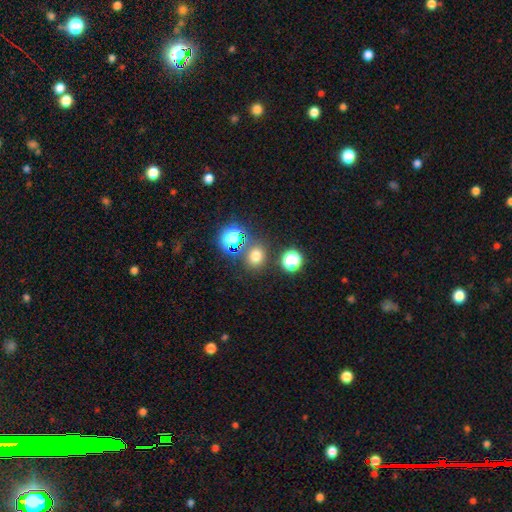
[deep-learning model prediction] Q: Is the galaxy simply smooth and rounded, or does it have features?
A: smooth — 67%.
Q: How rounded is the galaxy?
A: round — 74%.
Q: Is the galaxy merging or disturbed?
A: none — 79%.